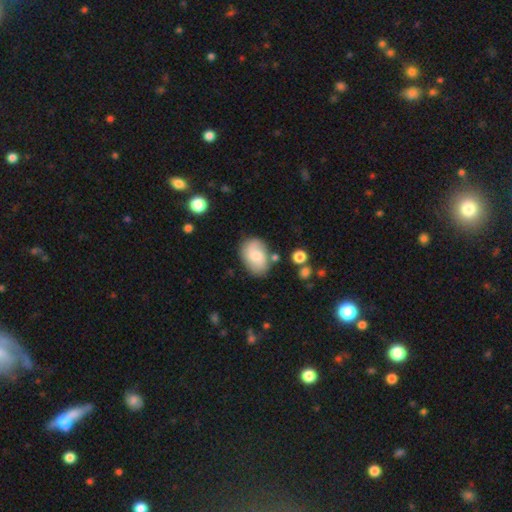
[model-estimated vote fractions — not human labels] smooth_or_featured: smooth (p=0.62) [alt: featured or disk p=0.31]
how_rounded: in between (p=0.81) [alt: round p=0.18]
merging: none (p=0.73) [alt: minor disturbance p=0.18]